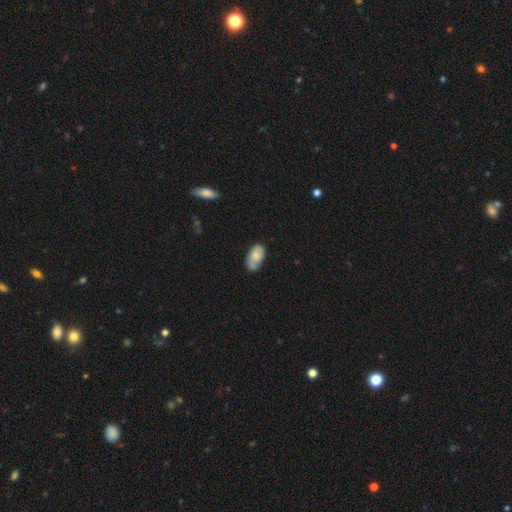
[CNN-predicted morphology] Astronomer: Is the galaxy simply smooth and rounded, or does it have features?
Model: smooth — 68%.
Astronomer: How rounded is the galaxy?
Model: in between — 93%.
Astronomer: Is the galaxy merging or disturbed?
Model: none — 53% (runner-up: minor disturbance, 34%).